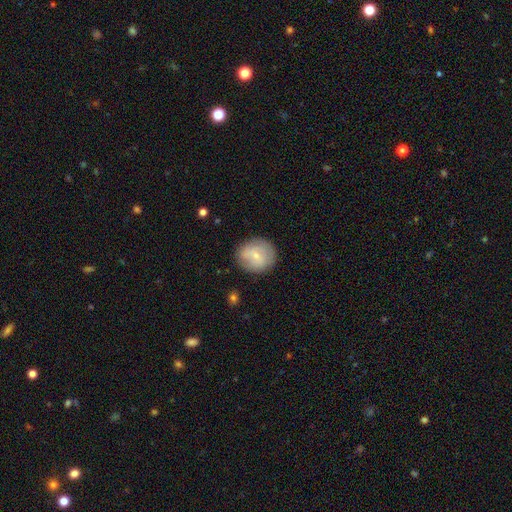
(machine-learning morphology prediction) A smooth galaxy with no disk features (64%) that is round (87%).

Vote fractions:
- Smooth or featured? smooth: 64% / featured or disk: 29% / star or artifact: 7%
- How rounded? round: 87% / in between: 12% / cigar-shaped: 1%
- Merging? none: 81% / minor disturbance: 13% / major disturbance: 4% / merger: 2%